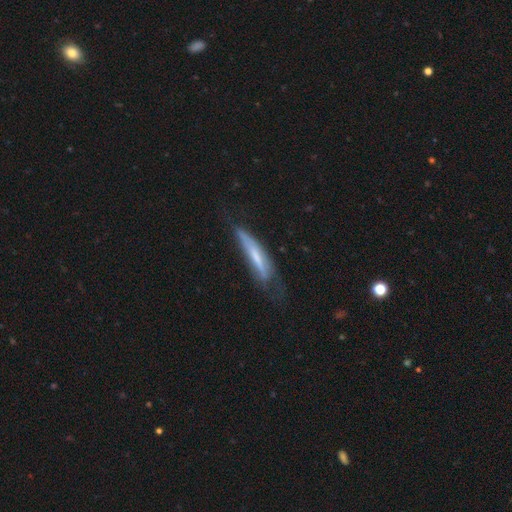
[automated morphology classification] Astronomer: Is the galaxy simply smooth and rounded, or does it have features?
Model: smooth — 46%, tied with featured or disk at 46%.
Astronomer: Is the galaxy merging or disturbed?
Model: none — 44% (runner-up: minor disturbance, 32%).